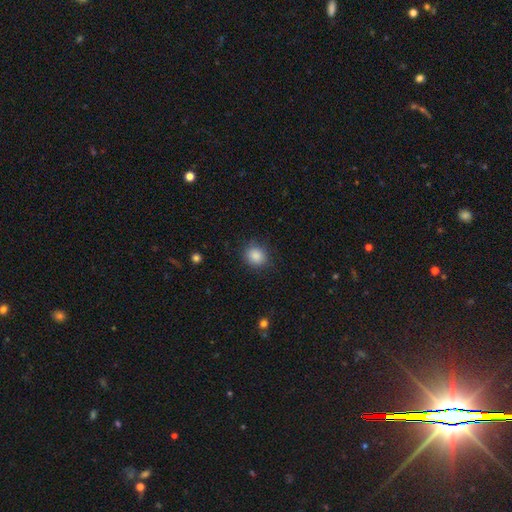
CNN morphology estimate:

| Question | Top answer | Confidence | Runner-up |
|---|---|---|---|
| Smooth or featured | smooth | 87% | star or artifact (9%) |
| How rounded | round | 74% | in between (25%) |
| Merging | none | 85% | minor disturbance (10%) |